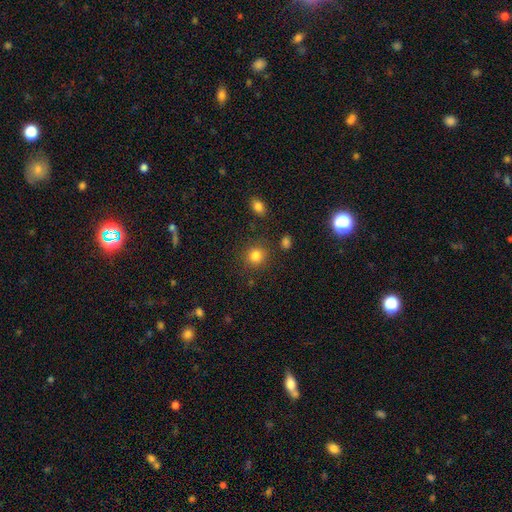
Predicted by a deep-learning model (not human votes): Smooth or featured? Predicted: smooth (p=0.83). How rounded? Predicted: round (p=0.88). Merging? Predicted: none (p=0.85).